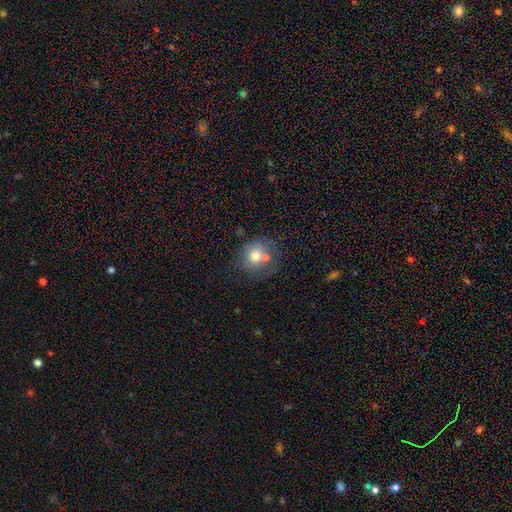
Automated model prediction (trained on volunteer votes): Smooth or featured? smooth (68%)
How rounded? round (79%)
Merging? none (44%)